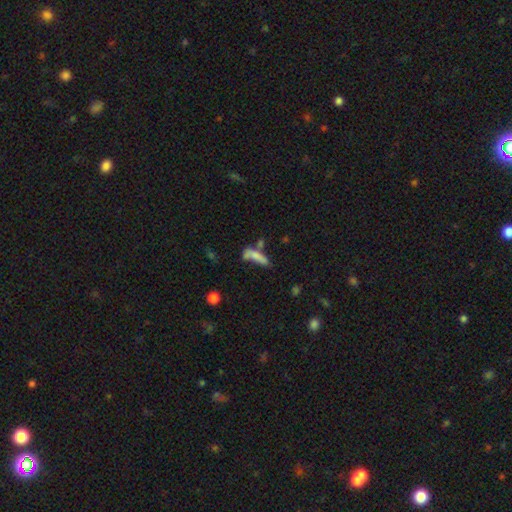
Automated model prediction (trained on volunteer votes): A smooth galaxy with no disk features (68%) that is cigar-shaped (60%).

Vote fractions:
- Smooth or featured? smooth: 68% / featured or disk: 22% / star or artifact: 10%
- How rounded? cigar-shaped: 60% / in between: 37% / round: 3%
- Merging? none: 33% / merger: 30% / minor disturbance: 20% / major disturbance: 18%